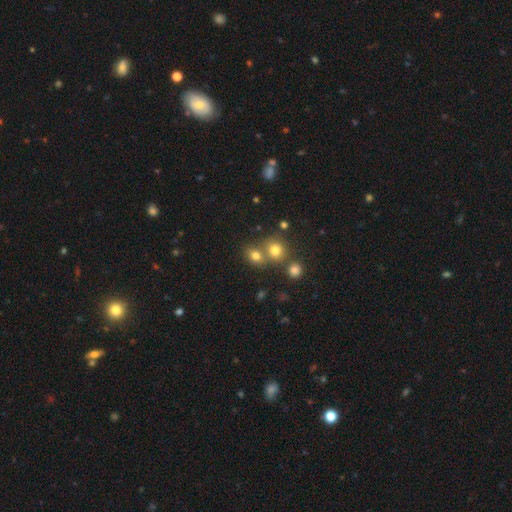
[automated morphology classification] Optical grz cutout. It shows a smooth galaxy with no disk features (74%) that is round (62%). Merging: none (51%).